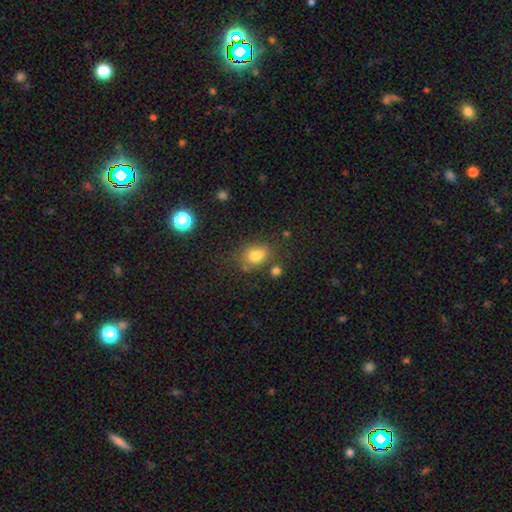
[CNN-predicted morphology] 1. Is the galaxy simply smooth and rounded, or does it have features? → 76% smooth, 14% star or artifact, 11% featured or disk.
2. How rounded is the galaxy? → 56% in between, 43% round, 1% cigar-shaped.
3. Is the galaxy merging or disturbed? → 64% none, 17% minor disturbance, 12% merger, 6% major disturbance.